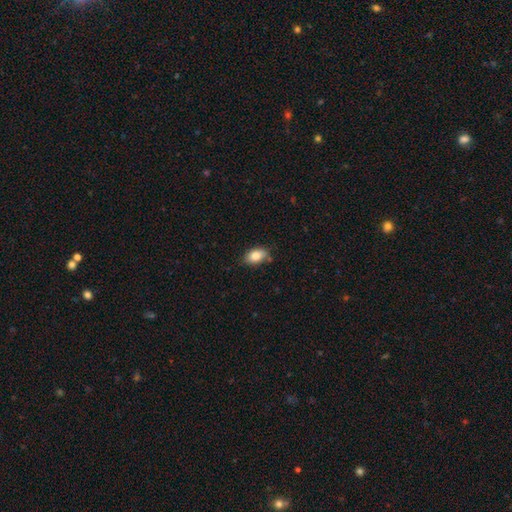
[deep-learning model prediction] Smooth or featured?
  - smooth: 83% *
  - featured or disk: 9%
  - star or artifact: 8%
How rounded?
  - in between: 89% *
  - round: 9%
  - cigar-shaped: 2%
Merging?
  - none: 76% *
  - minor disturbance: 18%
  - merger: 3%
  - major disturbance: 3%